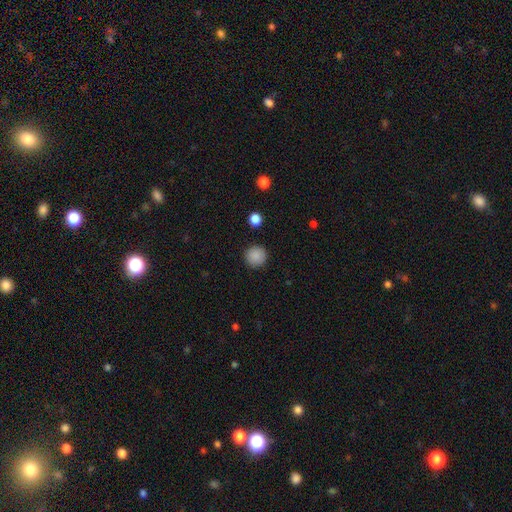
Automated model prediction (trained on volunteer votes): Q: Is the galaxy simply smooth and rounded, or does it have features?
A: smooth — 88%.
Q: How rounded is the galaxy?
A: round — 94%.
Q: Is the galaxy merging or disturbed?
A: none — 91%.